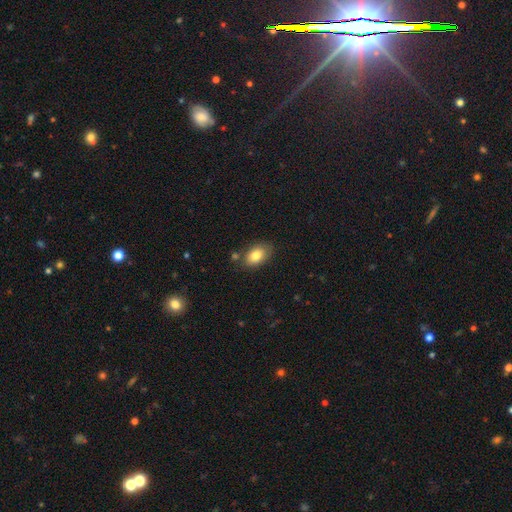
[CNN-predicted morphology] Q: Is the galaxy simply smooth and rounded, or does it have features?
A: smooth — 82%.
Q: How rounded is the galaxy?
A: in between — 88%.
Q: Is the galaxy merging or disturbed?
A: none — 76%.